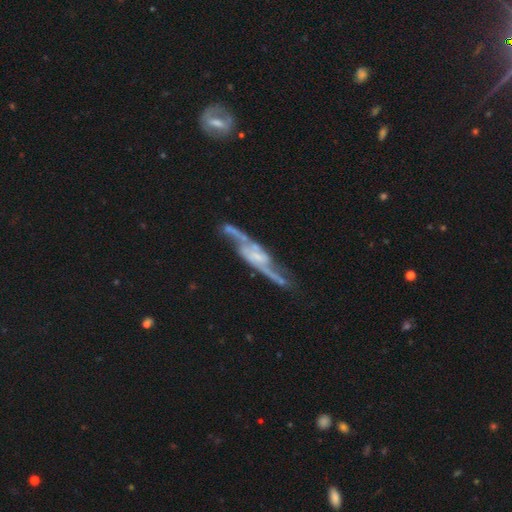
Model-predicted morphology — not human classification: Q: Smooth or featured?
A: featured or disk (86%); runner-up: smooth (8%)
Q: Edge-on disk?
A: no (61%); runner-up: yes (39%)
Q: Bar?
A: no (44%); runner-up: weak (37%)
Q: Spiral arms?
A: yes (92%); runner-up: no (8%)
Q: Bulge size?
A: small (46%); runner-up: none (29%)
Q: Merging?
A: none (63%); runner-up: minor disturbance (20%)